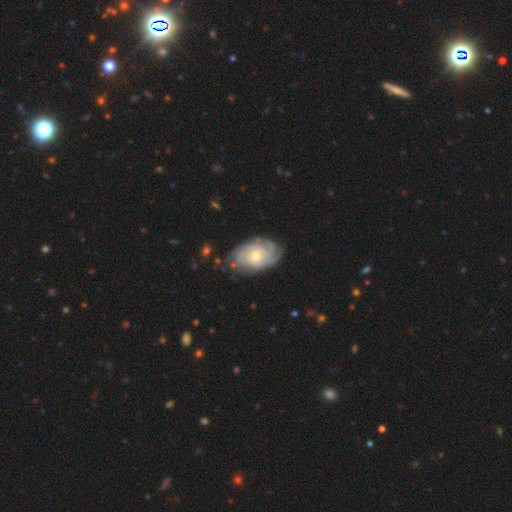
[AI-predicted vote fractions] Smooth or featured? Predicted: featured or disk (p=0.82). Edge-on disk? Predicted: no (p=0.96). Bar? Predicted: no (p=0.76). Spiral arms? Predicted: yes (p=0.95). Spiral winding? Predicted: tight (p=0.71). Spiral arm count? Predicted: can't tell (p=0.36). Bulge size? Predicted: moderate (p=0.56). Merging? Predicted: none (p=0.74).